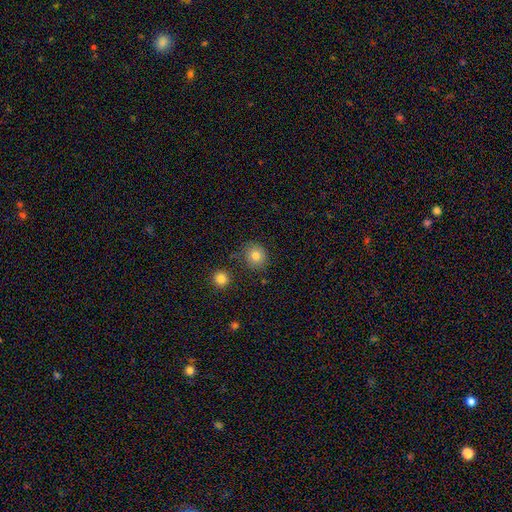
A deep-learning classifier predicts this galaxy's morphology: A smooth galaxy with no disk features (80%) that is round (91%).

Vote fractions:
- Smooth or featured? smooth: 80% / star or artifact: 12% / featured or disk: 8%
- How rounded? round: 91% / in between: 8% / cigar-shaped: 1%
- Merging? none: 80% / minor disturbance: 11% / merger: 5% / major disturbance: 4%